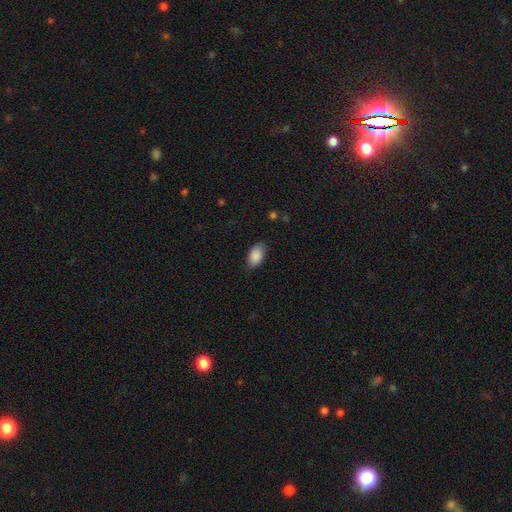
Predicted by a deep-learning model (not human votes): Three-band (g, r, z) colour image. It shows a smooth galaxy with no disk features (88%) that is in between round and cigar-shaped (92%). Merging: none (77%).